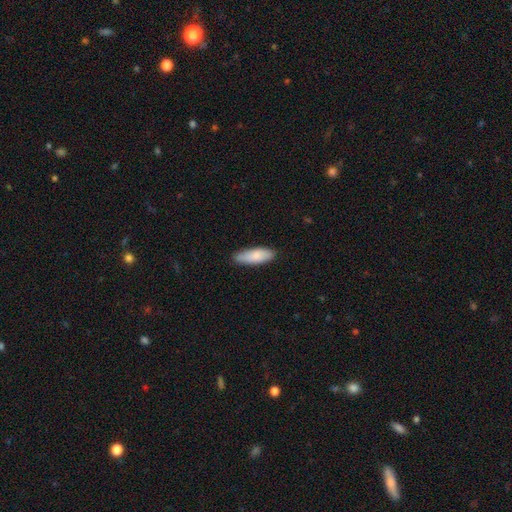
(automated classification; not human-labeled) Q: Smooth or featured?
A: smooth (84%); runner-up: featured or disk (11%)
Q: How rounded?
A: in between (59%); runner-up: cigar-shaped (40%)
Q: Merging?
A: none (83%); runner-up: minor disturbance (14%)